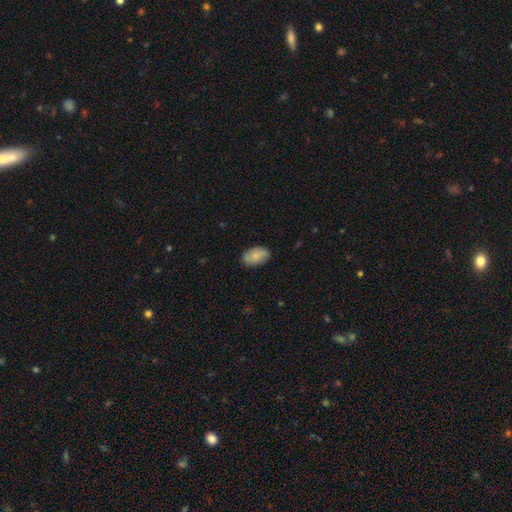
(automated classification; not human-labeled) Smooth or featured?
  - smooth: 73% *
  - featured or disk: 20%
  - star or artifact: 7%
How rounded?
  - in between: 92% *
  - round: 6%
  - cigar-shaped: 2%
Merging?
  - none: 80% *
  - minor disturbance: 16%
  - major disturbance: 3%
  - merger: 1%